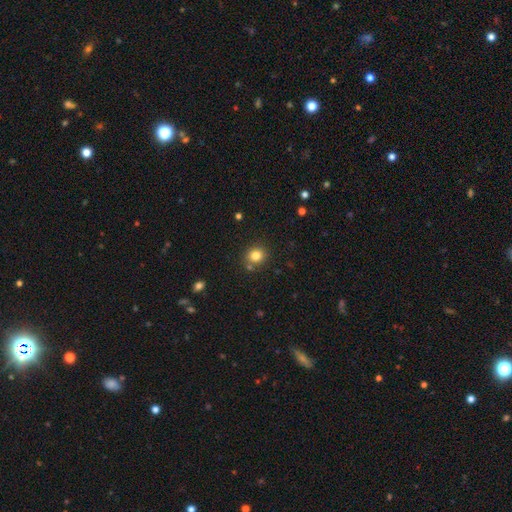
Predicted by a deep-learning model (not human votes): This is clearly a smooth galaxy (82%). How rounded: clearly round (83%). Merging: clearly none (81%).